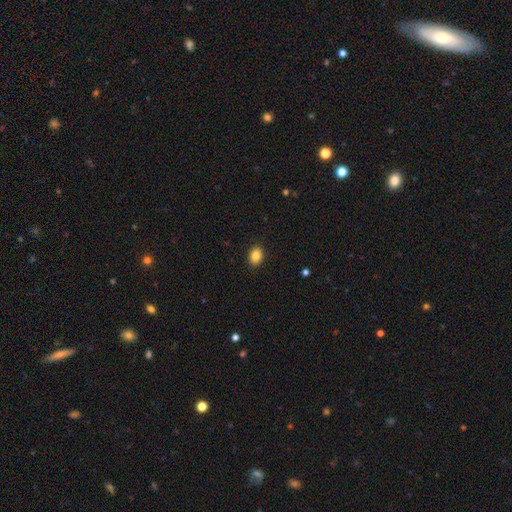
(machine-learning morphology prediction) A smooth galaxy with no disk features (85%) that is in between round and cigar-shaped (65%). Merging: none (90%).